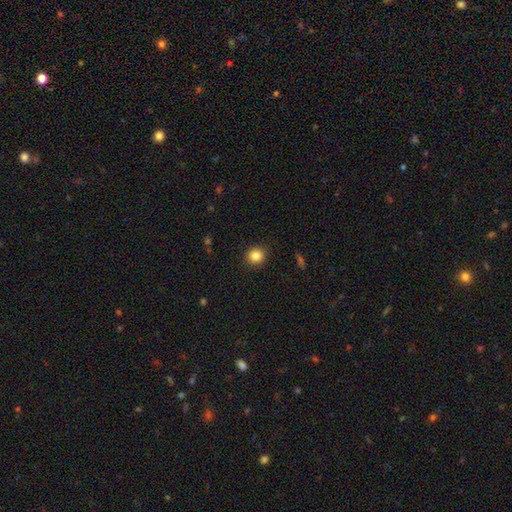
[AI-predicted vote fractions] The model was most divided on "how rounded": round: 84%, in between: 15%, cigar-shaped: 1%. More confident: merging — none (88%); smooth or featured — smooth (84%).